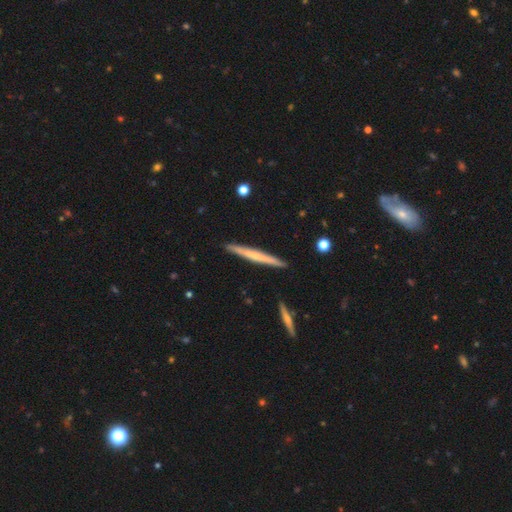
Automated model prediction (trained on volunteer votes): smooth-or-featured: featured or disk: 48% | smooth: 46% | star or artifact: 6%
  merging: none: 91% | minor disturbance: 6% | merger: 1% | major disturbance: 1%